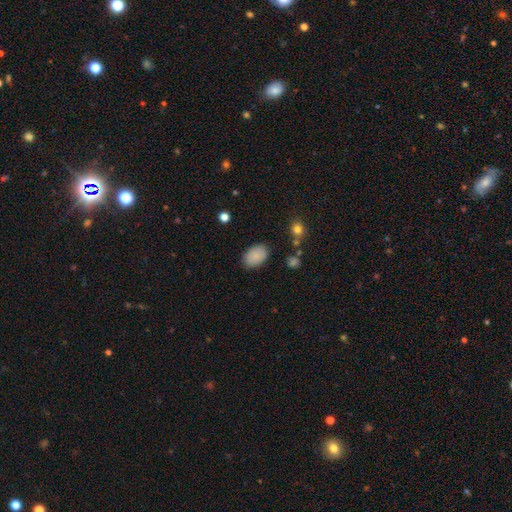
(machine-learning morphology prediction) Smooth or featured?
  - smooth: 87% *
  - star or artifact: 7%
  - featured or disk: 6%
How rounded?
  - in between: 87% *
  - round: 12%
  - cigar-shaped: 1%
Merging?
  - none: 85% *
  - minor disturbance: 11%
  - major disturbance: 3%
  - merger: 1%